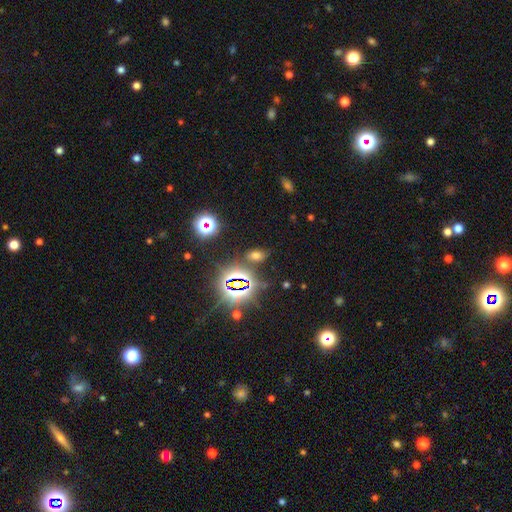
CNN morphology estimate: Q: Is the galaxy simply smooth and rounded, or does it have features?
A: smooth — 51%.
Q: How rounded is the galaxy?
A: in between — 83%.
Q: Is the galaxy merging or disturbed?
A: none — 78%.